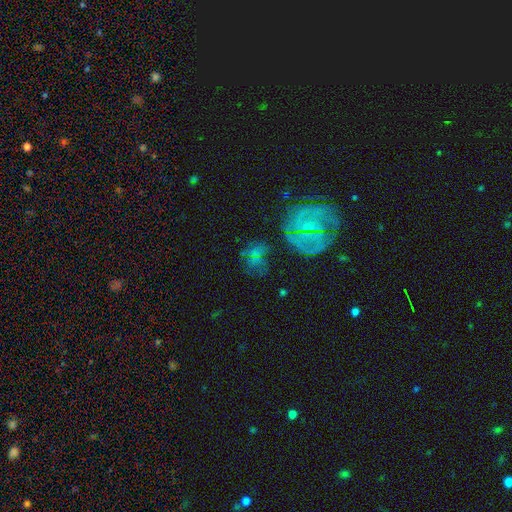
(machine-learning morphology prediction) Smooth or featured: smooth — 44% (featured or disk — 30%)
Merging: none — 58% (minor disturbance — 19%)